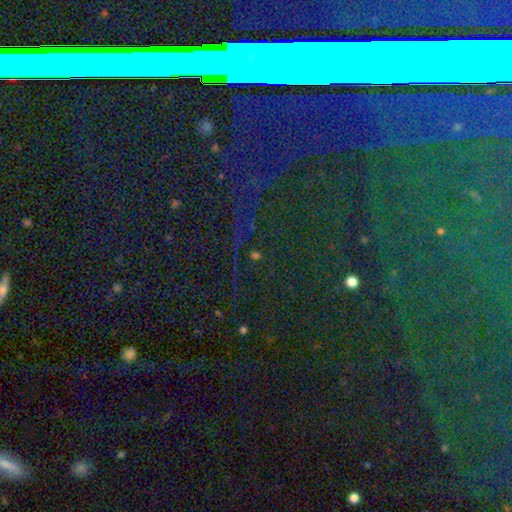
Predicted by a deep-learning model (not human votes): The model was most divided on "smooth or featured": star or artifact: 77%, smooth: 14%, featured or disk: 9%.